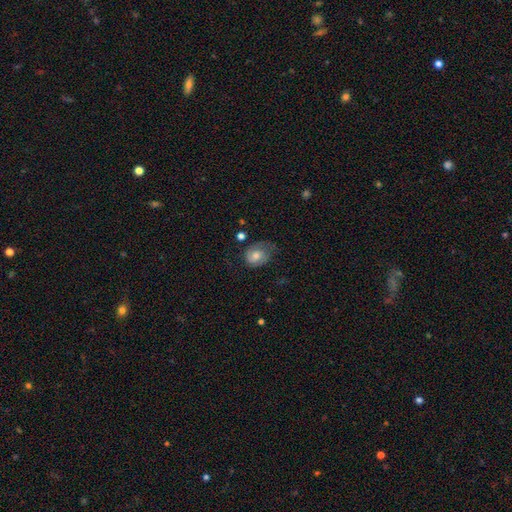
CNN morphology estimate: Smooth or featured? smooth (54%)
How rounded? in between (52%)
Merging? none (48%)